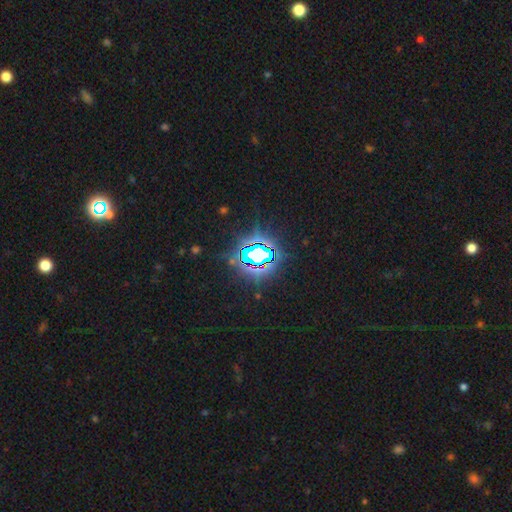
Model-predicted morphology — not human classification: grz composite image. It shows a star or artifact, not a galaxy (77%).